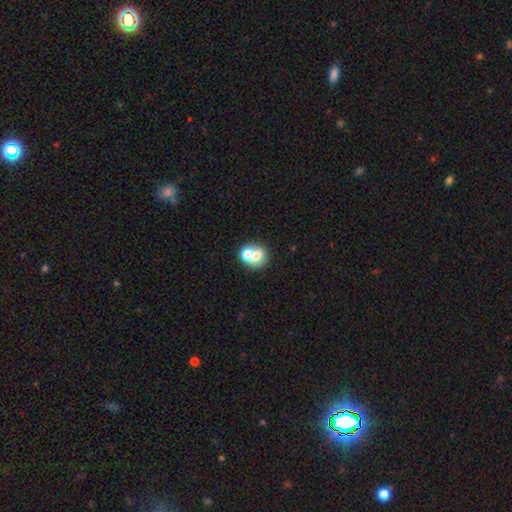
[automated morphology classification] The model was most divided on "merging": merger: 55%, none: 35%, minor disturbance: 7%, major disturbance: 3%. More confident: how rounded — round (72%); smooth or featured — smooth (67%).